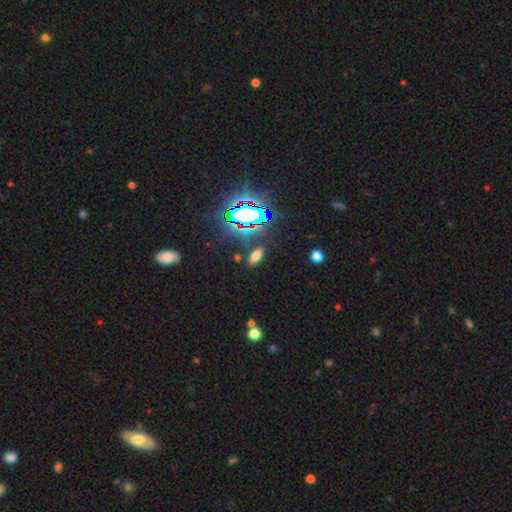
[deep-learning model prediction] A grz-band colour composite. It shows a smooth galaxy with no disk features (61%) that is in between round and cigar-shaped (81%). Merging: none (86%).